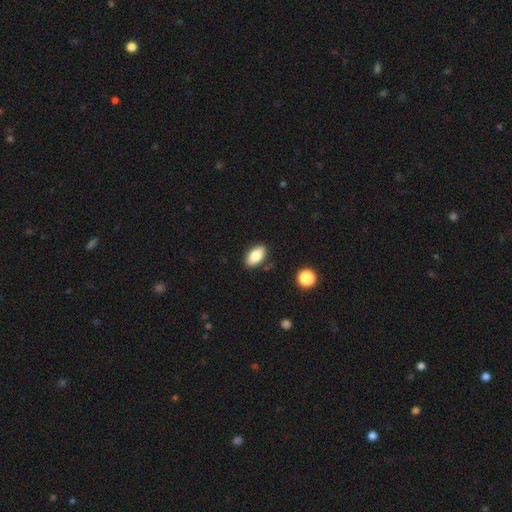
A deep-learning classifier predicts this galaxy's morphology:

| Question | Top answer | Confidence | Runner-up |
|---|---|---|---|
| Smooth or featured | smooth | 82% | featured or disk (10%) |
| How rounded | in between | 91% | cigar-shaped (5%) |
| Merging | none | 87% | minor disturbance (9%) |